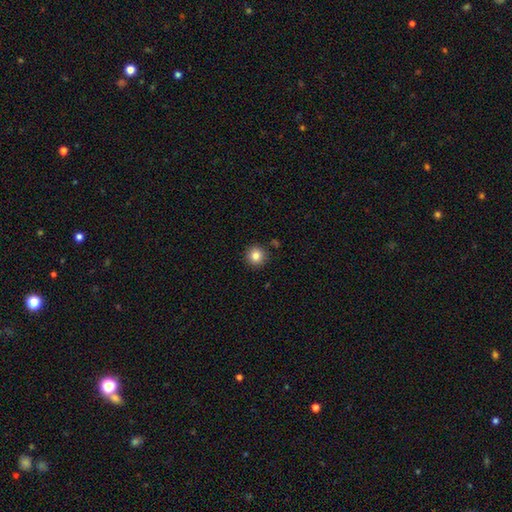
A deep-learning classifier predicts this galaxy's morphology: smooth-or-featured: smooth: 84% | star or artifact: 11% | featured or disk: 6%
  how-rounded: round: 95% | in between: 4% | cigar-shaped: 1%
  merging: none: 89% | minor disturbance: 7% | merger: 2% | major disturbance: 2%